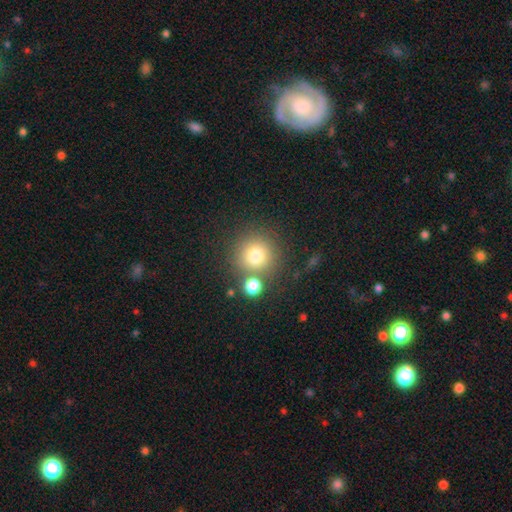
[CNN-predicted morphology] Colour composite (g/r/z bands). It shows a smooth galaxy with no disk features (76%) that is round (94%). Merging: none (75%).